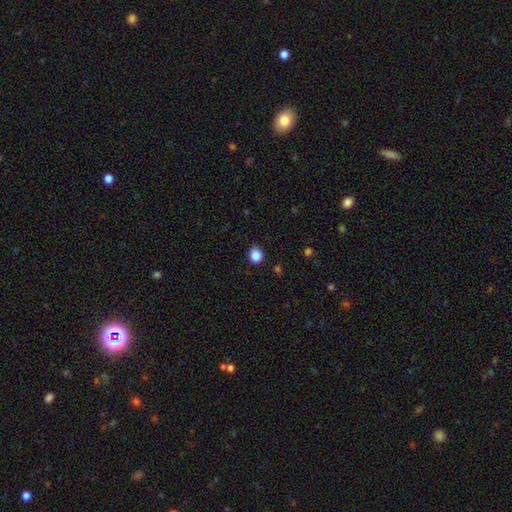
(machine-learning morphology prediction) This appears to be a smooth galaxy with no disk features (86%) that is round (72%). Merging: none (87%).